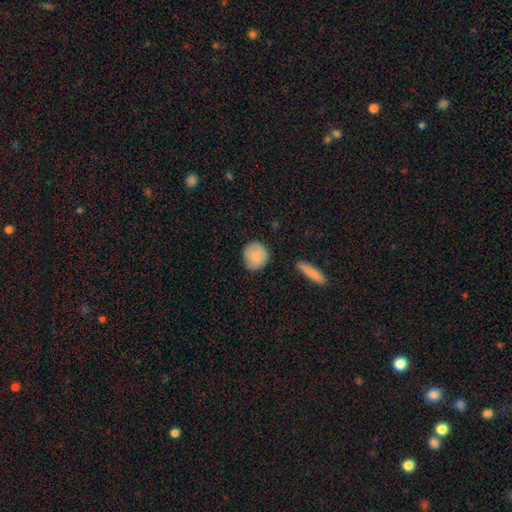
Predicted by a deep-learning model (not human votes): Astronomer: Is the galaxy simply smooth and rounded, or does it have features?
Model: smooth — 84%.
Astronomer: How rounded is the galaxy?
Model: round — 87%.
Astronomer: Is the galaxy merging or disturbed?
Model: none — 84%.